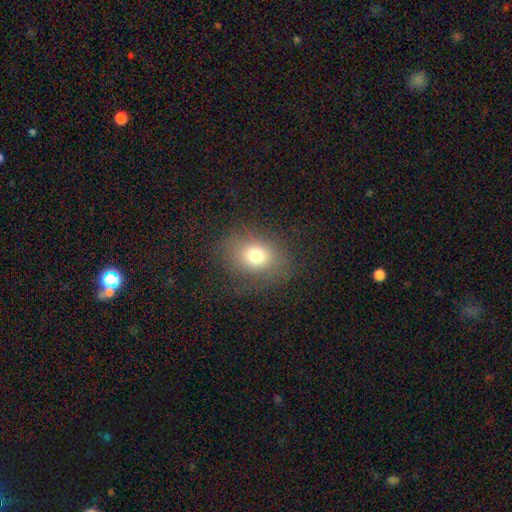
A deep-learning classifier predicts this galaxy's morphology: Smooth or featured?
  - smooth: 74% *
  - star or artifact: 14%
  - featured or disk: 12%
How rounded?
  - in between: 50% *
  - round: 49%
  - cigar-shaped: 1%
Merging?
  - none: 77% *
  - minor disturbance: 14%
  - major disturbance: 8%
  - merger: 1%